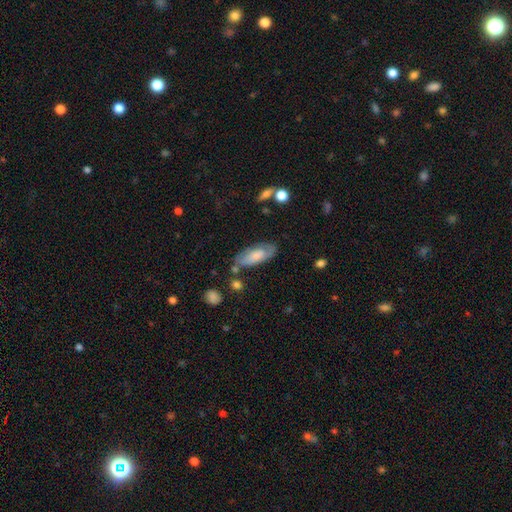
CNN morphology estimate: Smooth or featured? smooth (56%)
How rounded? in between (76%)
Merging? none (66%)